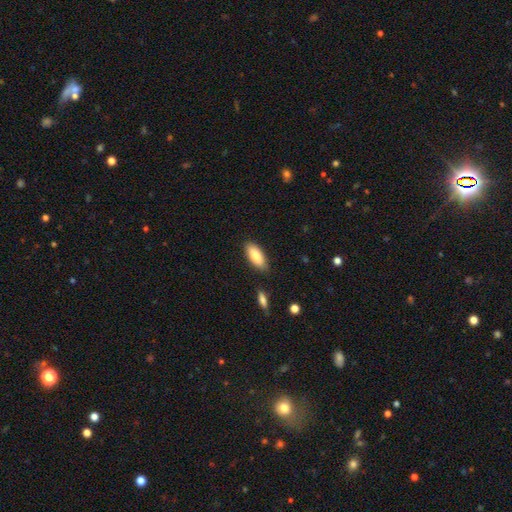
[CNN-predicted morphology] The model was most divided on "how rounded": in between: 82%, cigar-shaped: 16%, round: 2%. More confident: smooth or featured — smooth (84%); merging — none (82%).